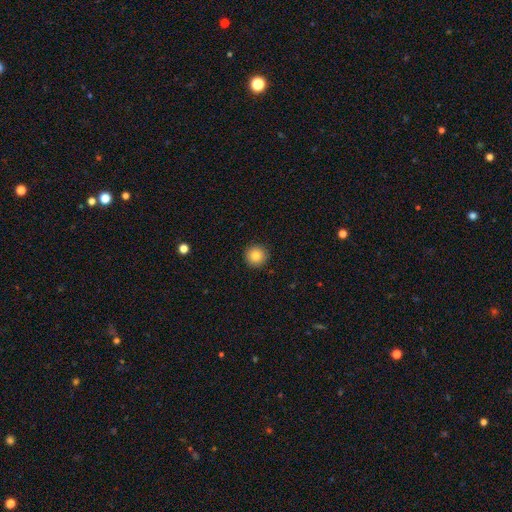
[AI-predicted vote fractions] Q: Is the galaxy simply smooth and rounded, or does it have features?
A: smooth — 84%.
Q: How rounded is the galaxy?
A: round — 95%.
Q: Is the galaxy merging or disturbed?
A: none — 92%.